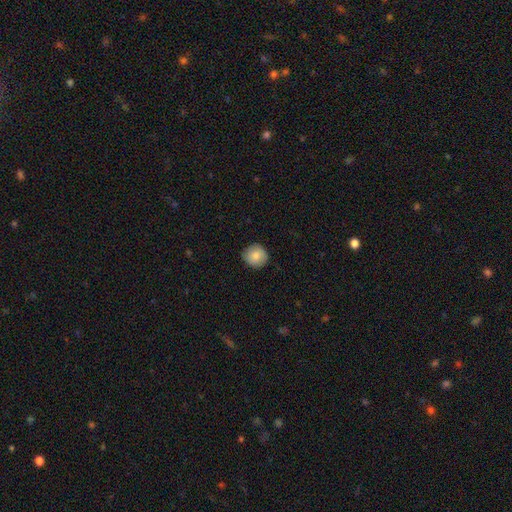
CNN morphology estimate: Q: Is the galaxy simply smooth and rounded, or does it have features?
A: smooth — 83%.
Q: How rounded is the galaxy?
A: round — 91%.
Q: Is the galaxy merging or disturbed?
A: none — 87%.